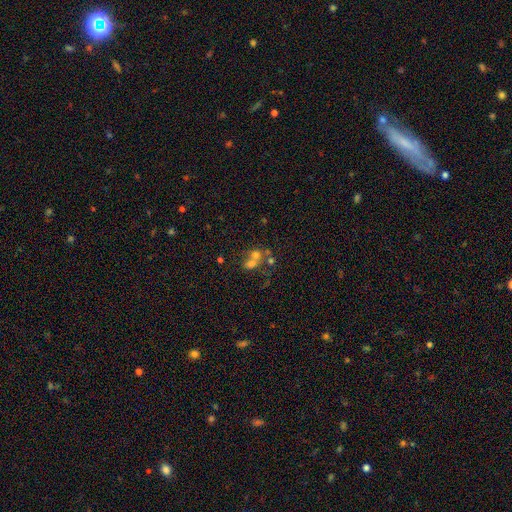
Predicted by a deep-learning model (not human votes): Smooth or featured: smooth — 55% (featured or disk — 26%)
How rounded: round — 63% (in between — 36%)
Merging: merger — 58% (none — 28%)